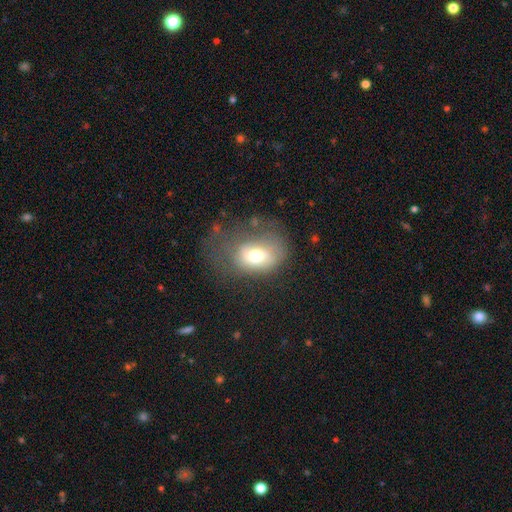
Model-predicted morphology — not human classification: type=smooth (60%); roundness=in between (73%); merging=none (35%).